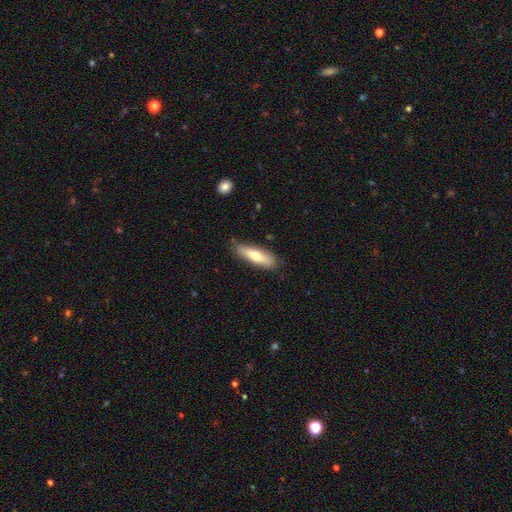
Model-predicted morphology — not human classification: Smooth or featured? Predicted: smooth (p=0.66). How rounded? Predicted: cigar-shaped (p=0.57). Merging? Predicted: none (p=0.82).